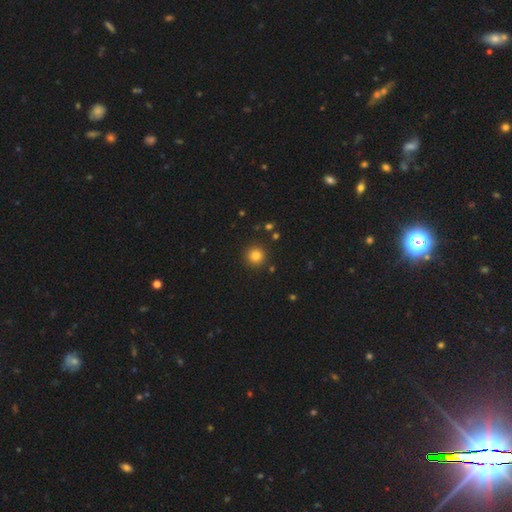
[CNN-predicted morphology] This appears to be a smooth galaxy with no disk features (82%) that is round (95%). Merging: none (90%).